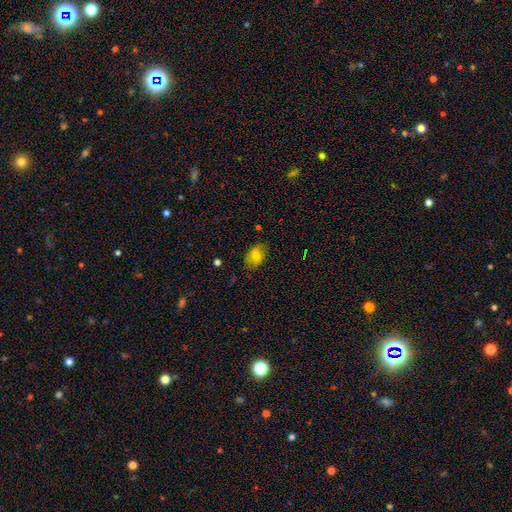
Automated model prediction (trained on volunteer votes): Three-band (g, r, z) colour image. It shows a smooth galaxy with no disk features (73%) that is in between round and cigar-shaped (85%). Merging: none (76%).